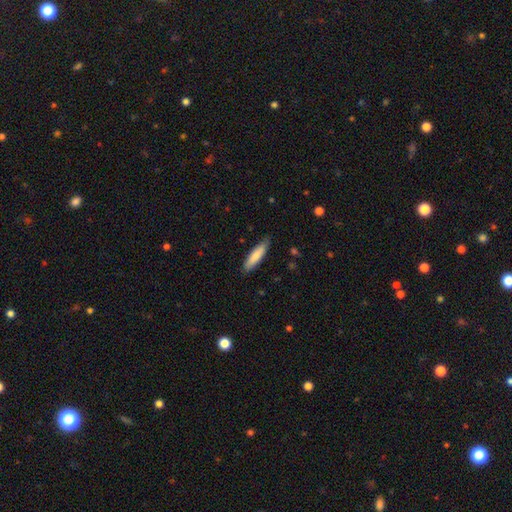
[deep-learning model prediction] A smooth galaxy with no disk features (82%) that is cigar-shaped (69%).

Vote fractions:
- Smooth or featured? smooth: 82% / featured or disk: 13% / star or artifact: 5%
- How rounded? cigar-shaped: 69% / in between: 30% / round: 1%
- Merging? none: 84% / minor disturbance: 13% / major disturbance: 2% / merger: 1%